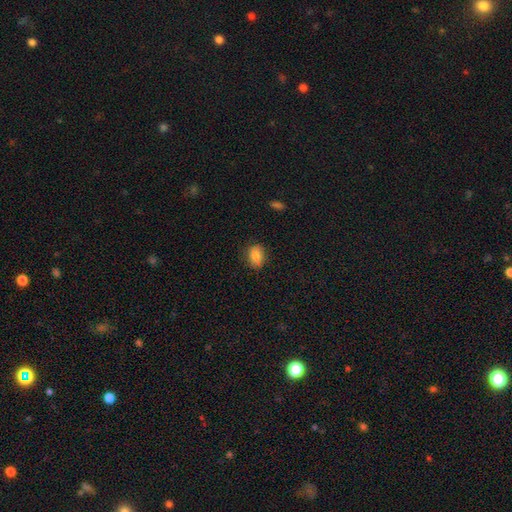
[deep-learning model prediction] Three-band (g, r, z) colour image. It shows a smooth galaxy with no disk features (82%) that is in between round and cigar-shaped (70%). Merging: none (81%).